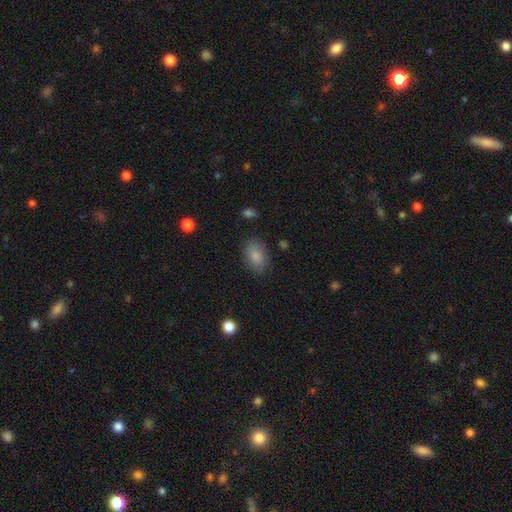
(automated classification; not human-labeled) A smooth galaxy with no disk features (85%) that is in between round and cigar-shaped (85%).

Vote fractions:
- Smooth or featured? smooth: 85% / star or artifact: 8% / featured or disk: 7%
- How rounded? in between: 85% / round: 14% / cigar-shaped: 1%
- Merging? none: 82% / minor disturbance: 13% / major disturbance: 4% / merger: 1%